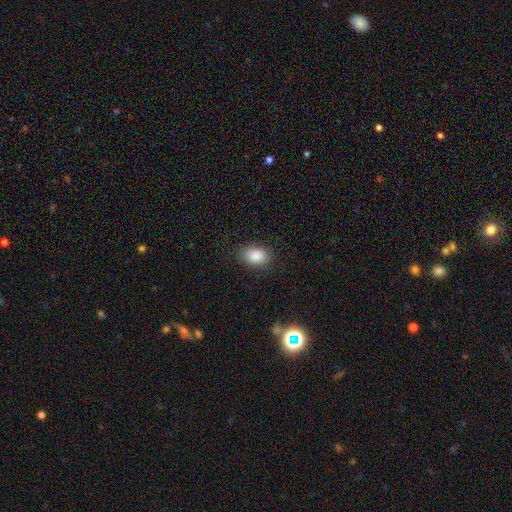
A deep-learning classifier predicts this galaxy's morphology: Q: Smooth or featured?
A: smooth (86%); runner-up: star or artifact (8%)
Q: How rounded?
A: in between (86%); runner-up: round (13%)
Q: Merging?
A: none (84%); runner-up: minor disturbance (12%)